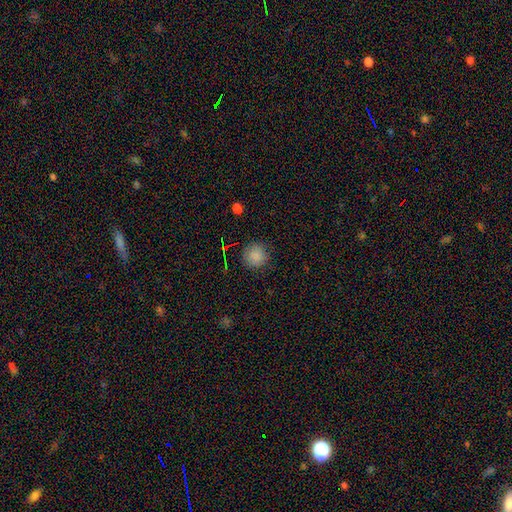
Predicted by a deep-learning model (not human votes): A smooth galaxy with no disk features (84%) that is round (94%). Merging: none (87%).